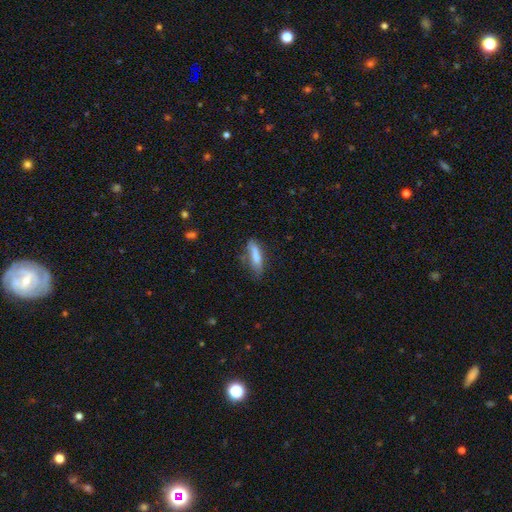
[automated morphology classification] Smooth or featured?
  - smooth: 72% *
  - featured or disk: 21%
  - star or artifact: 7%
How rounded?
  - cigar-shaped: 66% *
  - in between: 32%
  - round: 2%
Merging?
  - none: 61% *
  - minor disturbance: 26%
  - major disturbance: 9%
  - merger: 4%